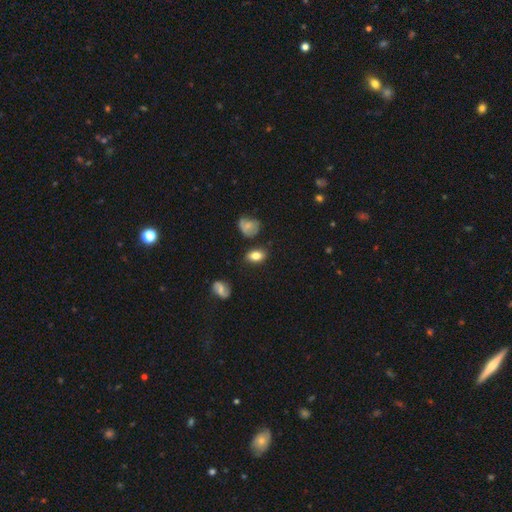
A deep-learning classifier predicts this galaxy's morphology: smooth 79%, featured or disk 12%, star or artifact 9%. Down the decision tree: how rounded — in between (86%); merging — none (76%).